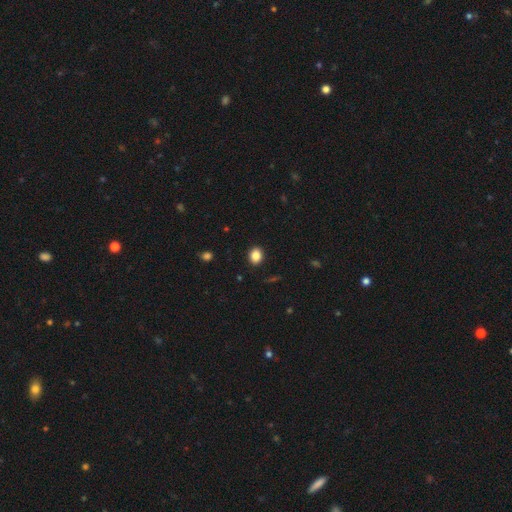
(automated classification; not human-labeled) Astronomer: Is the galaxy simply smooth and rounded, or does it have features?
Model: smooth — 86%.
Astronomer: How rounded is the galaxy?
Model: in between — 50% (runner-up: round, 49%).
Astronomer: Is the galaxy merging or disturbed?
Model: none — 90%.